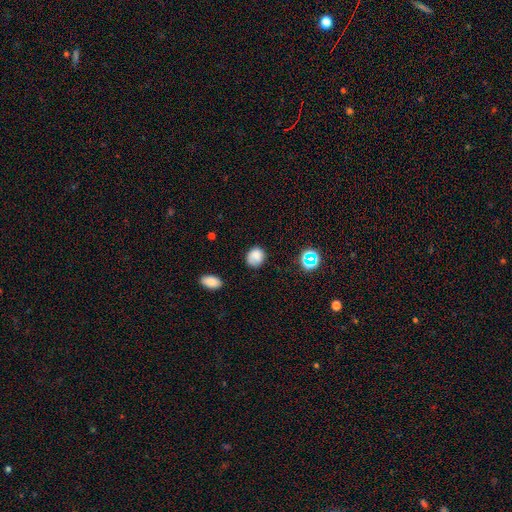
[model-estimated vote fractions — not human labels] Overall: smooth (80%). How rounded: round (68%; in between 31%). Merging: none (70%).